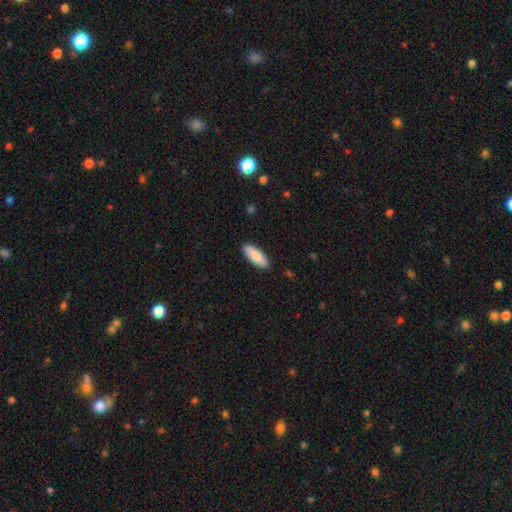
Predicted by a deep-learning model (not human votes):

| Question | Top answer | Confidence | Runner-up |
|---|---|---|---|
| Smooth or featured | smooth | 88% | featured or disk (7%) |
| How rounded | in between | 72% | cigar-shaped (27%) |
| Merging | none | 87% | minor disturbance (10%) |